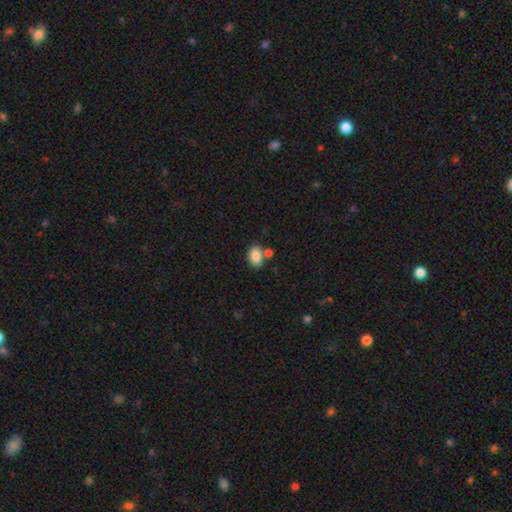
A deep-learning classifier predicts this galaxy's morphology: Q: Smooth or featured?
A: smooth (87%); runner-up: star or artifact (8%)
Q: How rounded?
A: in between (85%); runner-up: round (14%)
Q: Merging?
A: none (63%); runner-up: merger (20%)